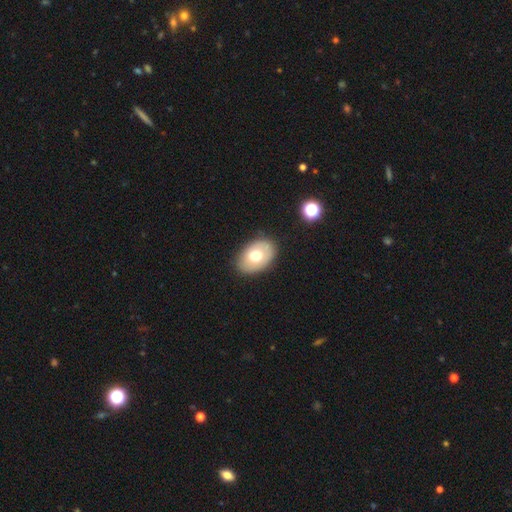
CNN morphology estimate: Smooth or featured? Predicted: smooth (p=0.66). How rounded? Predicted: in between (p=0.84). Merging? Predicted: none (p=0.85).